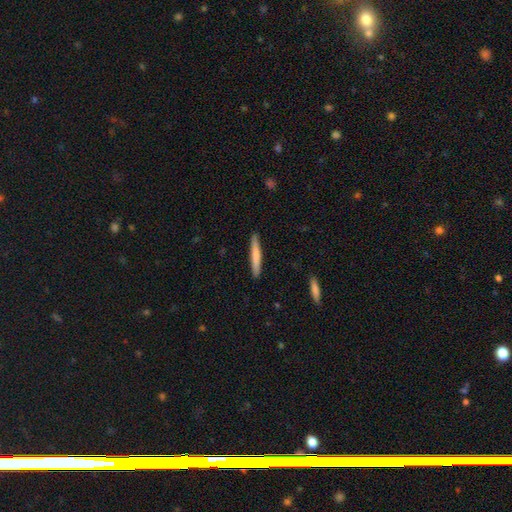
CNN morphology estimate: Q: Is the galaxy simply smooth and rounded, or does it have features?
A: smooth — 72%.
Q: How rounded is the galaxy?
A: cigar-shaped — 95%.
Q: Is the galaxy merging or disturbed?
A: none — 90%.